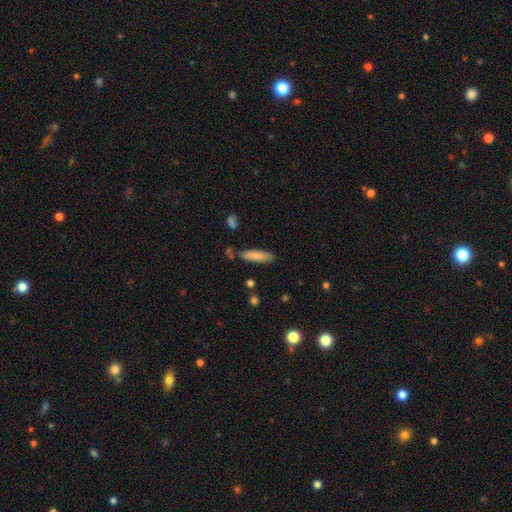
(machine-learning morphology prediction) The model was most divided on "how rounded": cigar-shaped: 73%, in between: 25%, round: 1%. More confident: smooth or featured — smooth (83%); merging — none (81%).